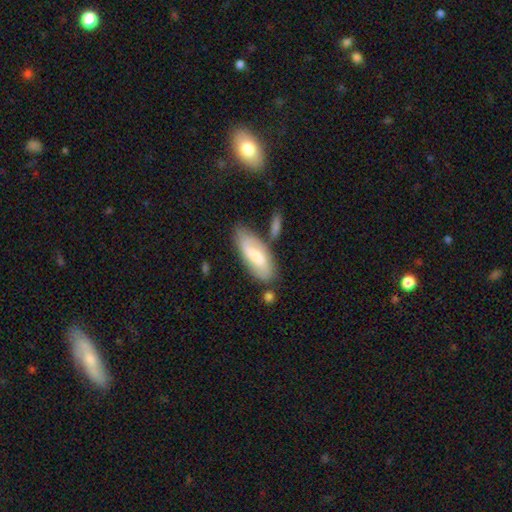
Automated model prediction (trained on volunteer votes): Smooth or featured? Predicted: smooth (p=0.50). How rounded? Predicted: in between (p=0.79). Merging? Predicted: none (p=0.66).